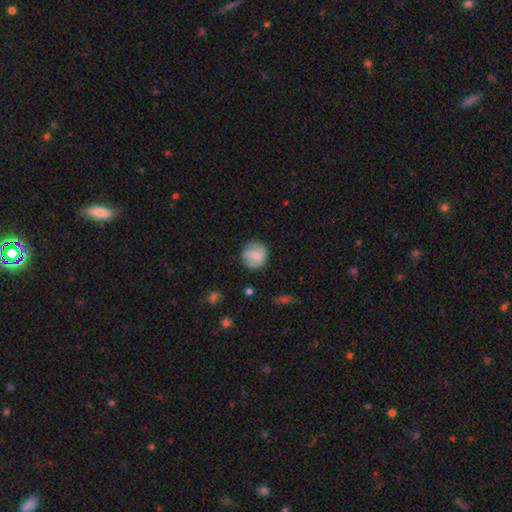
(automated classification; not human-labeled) smooth-or-featured: smooth: 66% | featured or disk: 26% | star or artifact: 8%
  how-rounded: round: 89% | in between: 10% | cigar-shaped: 1%
  merging: none: 74% | minor disturbance: 19% | major disturbance: 6% | merger: 2%